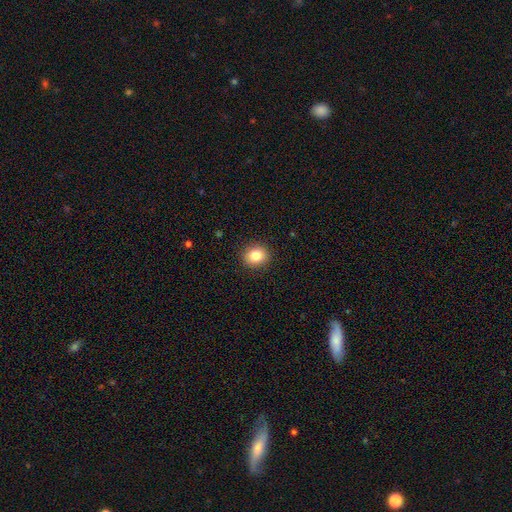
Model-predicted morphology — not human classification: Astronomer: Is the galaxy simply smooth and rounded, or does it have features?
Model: smooth — 83%.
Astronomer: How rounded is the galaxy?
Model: round — 78%.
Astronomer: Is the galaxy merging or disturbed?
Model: none — 91%.